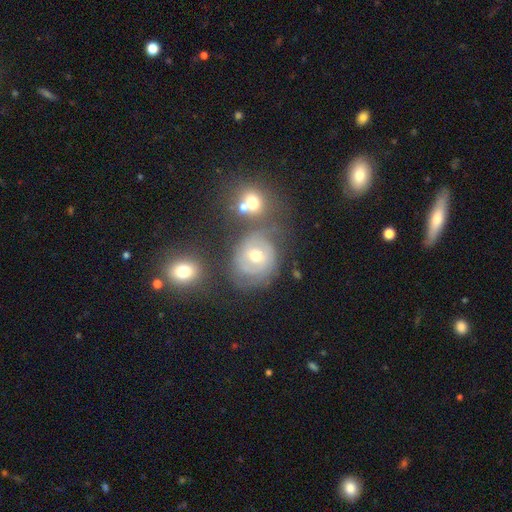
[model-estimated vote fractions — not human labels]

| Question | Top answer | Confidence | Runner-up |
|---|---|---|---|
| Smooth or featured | featured or disk | 65% | smooth (24%) |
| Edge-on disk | no | 97% | yes (3%) |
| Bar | no | 61% | weak (32%) |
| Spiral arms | yes | 80% | no (20%) |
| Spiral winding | tight | 61% | medium (30%) |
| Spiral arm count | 2 | 42% | can't tell (34%) |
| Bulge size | moderate | 71% | small (22%) |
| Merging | none | 56% | minor disturbance (21%) |